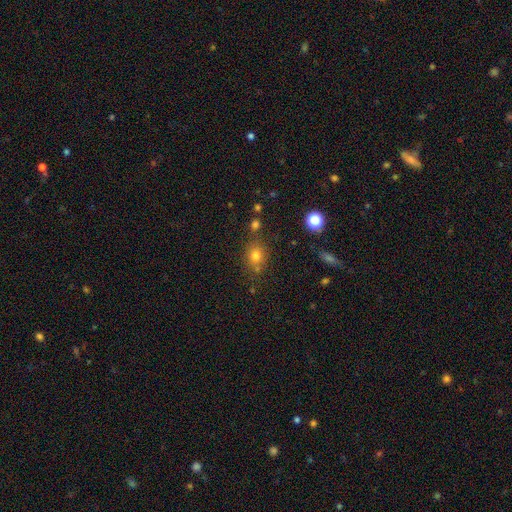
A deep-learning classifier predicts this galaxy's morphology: type=smooth (74%); roundness=round (68%); merging=none (73%).